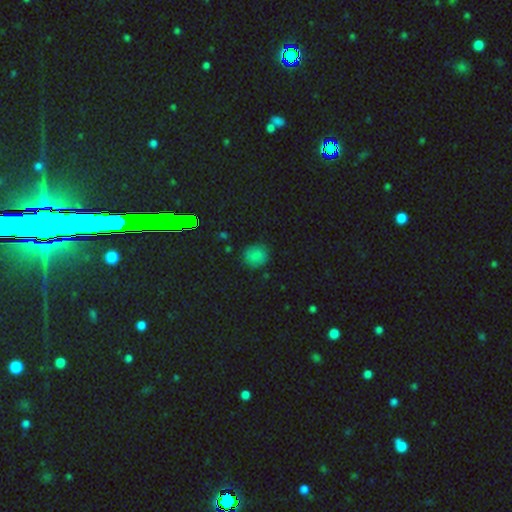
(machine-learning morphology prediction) Overall: smooth (74%). How rounded: round (83%). Merging: none (84%).